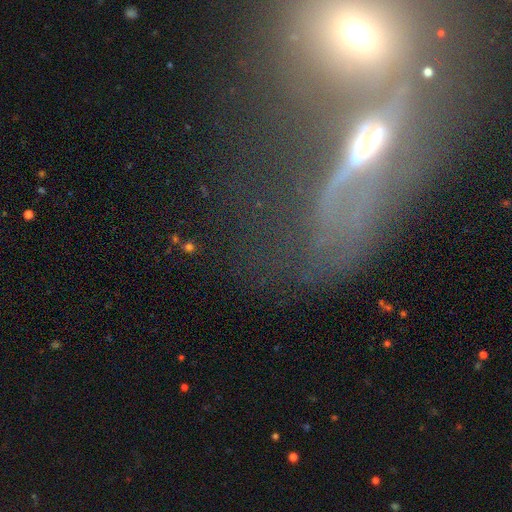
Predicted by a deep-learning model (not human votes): featured or disk 56%, star or artifact 24%, smooth 20%. Down the decision tree: edge-on disk — no (71%); merging — none (30%).